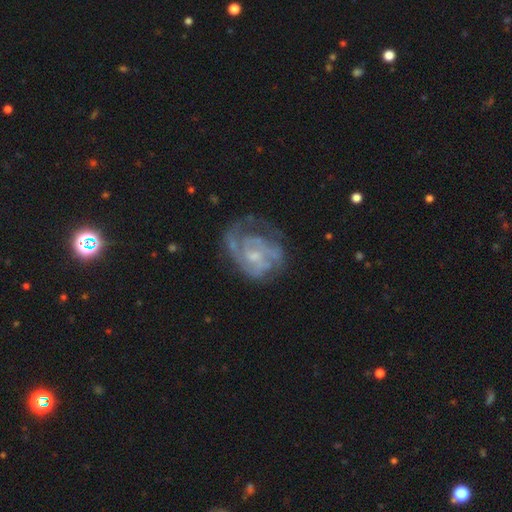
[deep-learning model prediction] A featured or disk galaxy (82%) with no bar (61%), 2 (34%) tight (49%) spiral arms (90%) and a small central bulge (54%). Merging: none (54%).